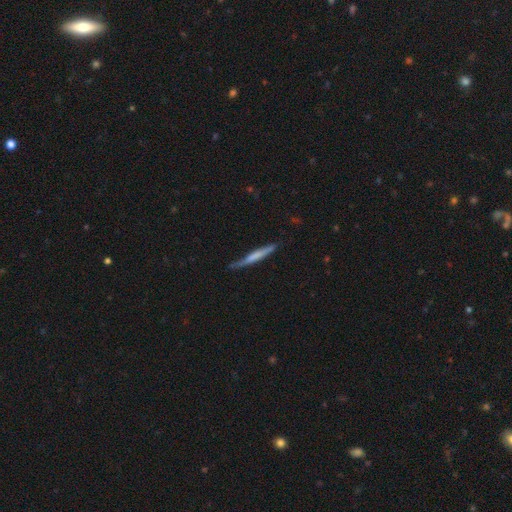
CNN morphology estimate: Smooth or featured? smooth (52%)
How rounded? cigar-shaped (95%)
Merging? none (69%)